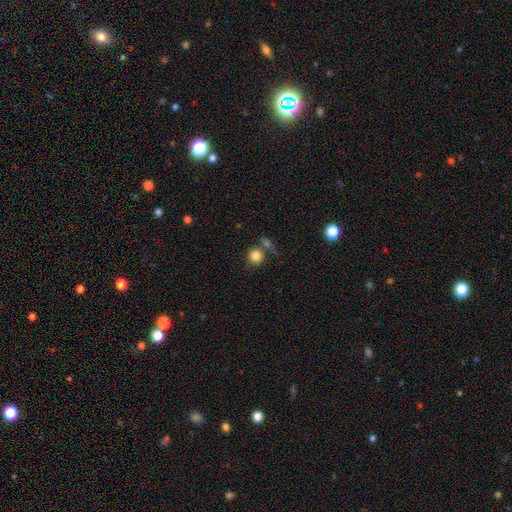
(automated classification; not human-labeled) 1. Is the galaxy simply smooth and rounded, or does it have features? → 83% smooth, 10% star or artifact, 7% featured or disk.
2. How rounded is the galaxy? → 89% round, 10% in between, 1% cigar-shaped.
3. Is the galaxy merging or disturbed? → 62% none, 22% merger, 11% minor disturbance, 5% major disturbance.